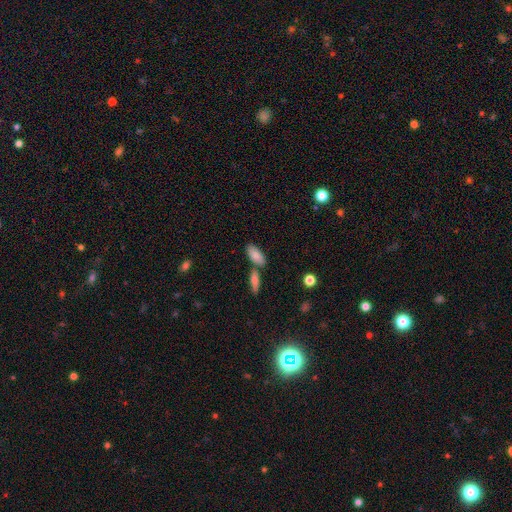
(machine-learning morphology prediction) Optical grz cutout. It shows a smooth galaxy with no disk features (85%) that is in between round and cigar-shaped (85%). Merging: none (58%).